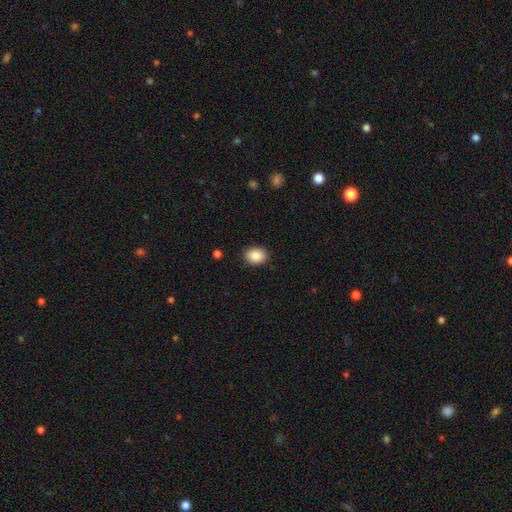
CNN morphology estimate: The model was most divided on "how rounded": in between: 63%, round: 36%, cigar-shaped: 1%. More confident: merging — none (88%); smooth or featured — smooth (88%).